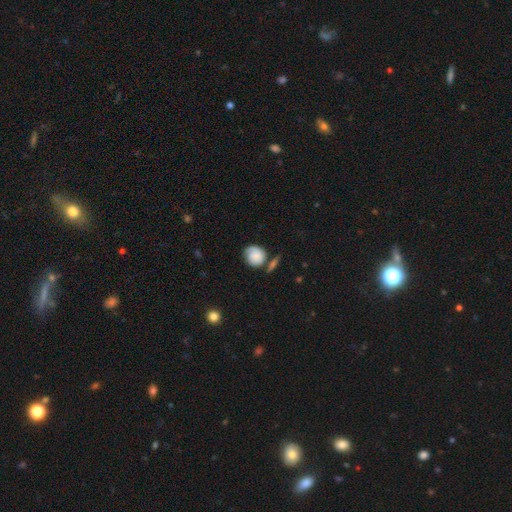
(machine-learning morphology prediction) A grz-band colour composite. It shows a smooth galaxy with no disk features (68%) that is round (74%). Merging: none (52%).